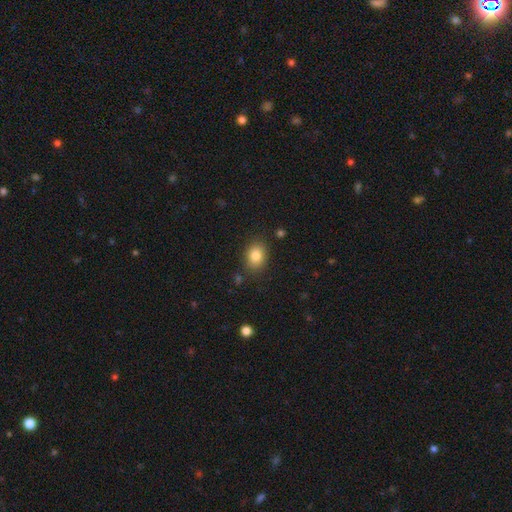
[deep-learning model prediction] Smooth or featured: smooth — 84% (star or artifact — 9%)
How rounded: in between — 64% (round — 35%)
Merging: none — 83% (minor disturbance — 11%)